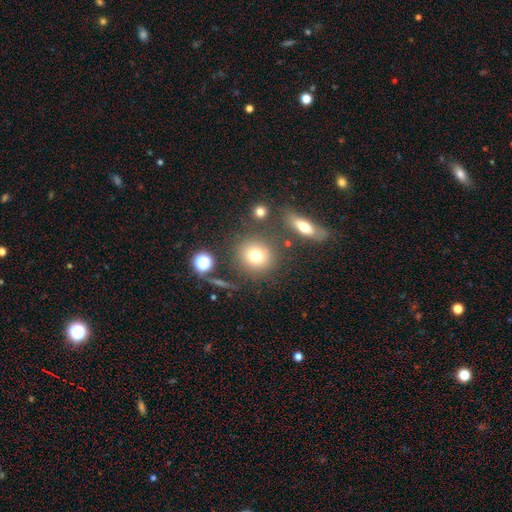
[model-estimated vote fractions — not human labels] Smooth or featured: smooth — 74% (star or artifact — 15%)
How rounded: round — 85% (in between — 14%)
Merging: none — 78% (minor disturbance — 10%)